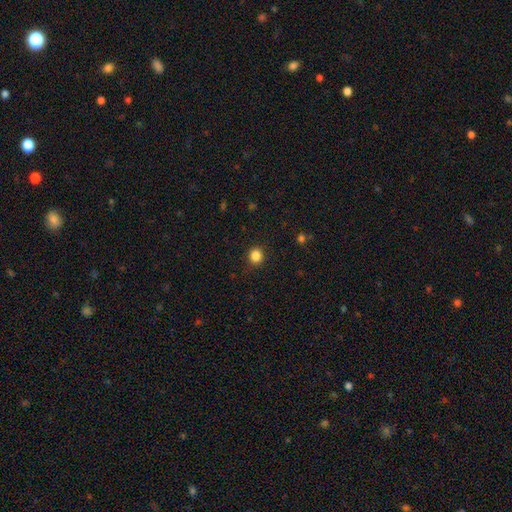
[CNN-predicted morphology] This is clearly a smooth galaxy (86%). How rounded: clearly round (89%). Merging: clearly none (90%).